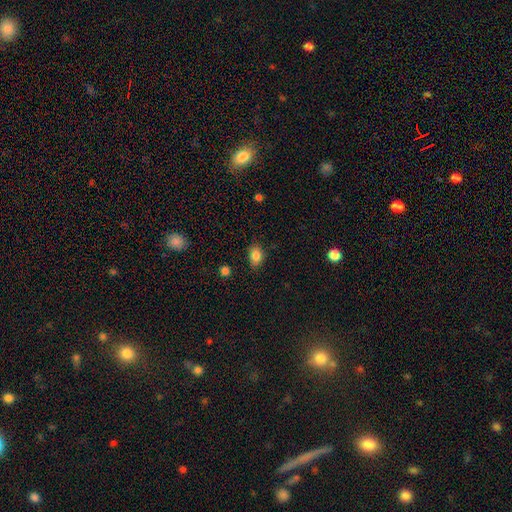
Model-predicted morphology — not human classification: This is clearly a smooth galaxy (84%). How rounded: likely in between (74%). Merging: clearly none (82%).